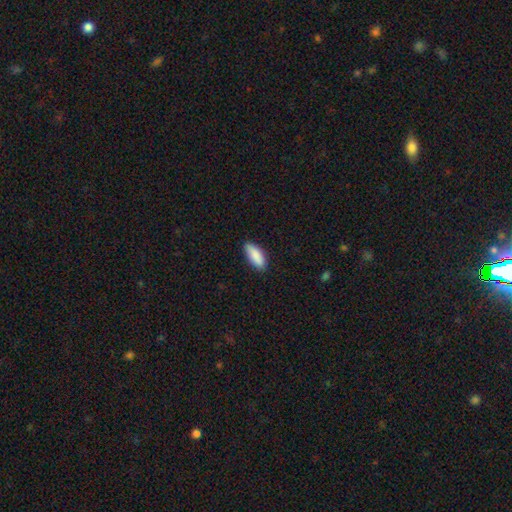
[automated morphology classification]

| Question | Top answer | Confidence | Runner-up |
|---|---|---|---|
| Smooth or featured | smooth | 87% | featured or disk (7%) |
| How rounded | in between | 75% | cigar-shaped (23%) |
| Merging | none | 85% | minor disturbance (12%) |